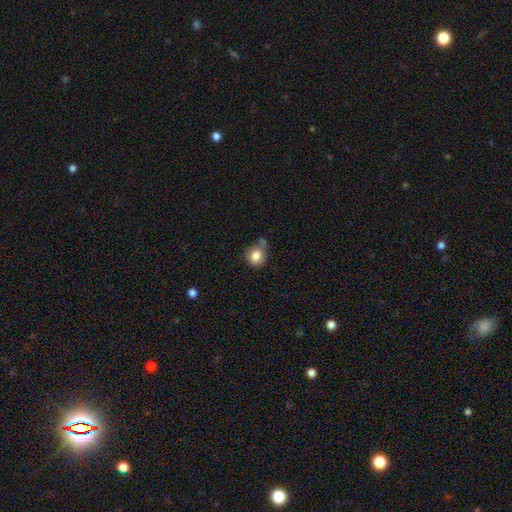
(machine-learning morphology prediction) A smooth galaxy with no disk features (82%) that is round (82%).

Vote fractions:
- Smooth or featured? smooth: 82% / star or artifact: 10% / featured or disk: 8%
- How rounded? round: 82% / in between: 18% / cigar-shaped: 1%
- Merging? none: 55% / minor disturbance: 22% / merger: 16% / major disturbance: 7%